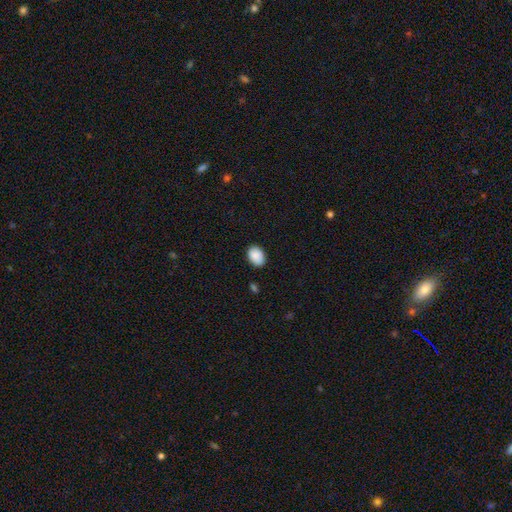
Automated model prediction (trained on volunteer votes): The model was most divided on "how rounded": in between: 79%, round: 20%, cigar-shaped: 1%. More confident: smooth or featured — smooth (90%); merging — none (84%).